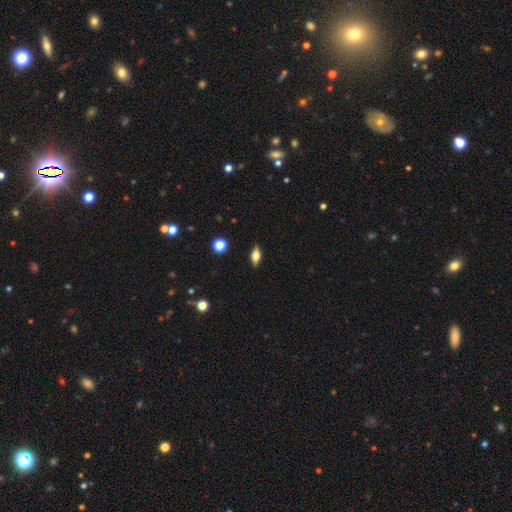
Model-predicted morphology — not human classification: Smooth or featured? smooth (58%)
How rounded? in between (76%)
Merging? none (88%)